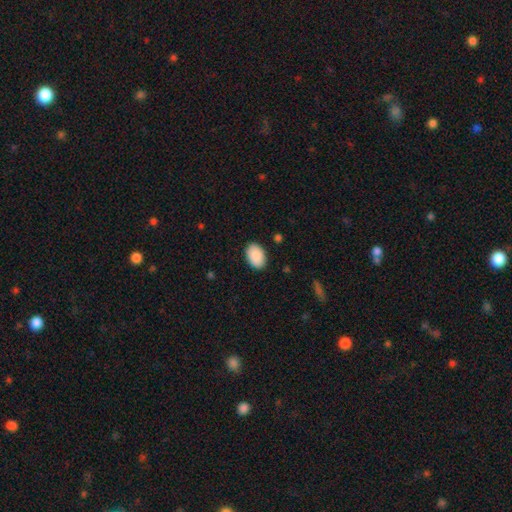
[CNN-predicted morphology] A smooth galaxy with no disk features (90%) that is in between round and cigar-shaped (89%). Merging: none (88%).